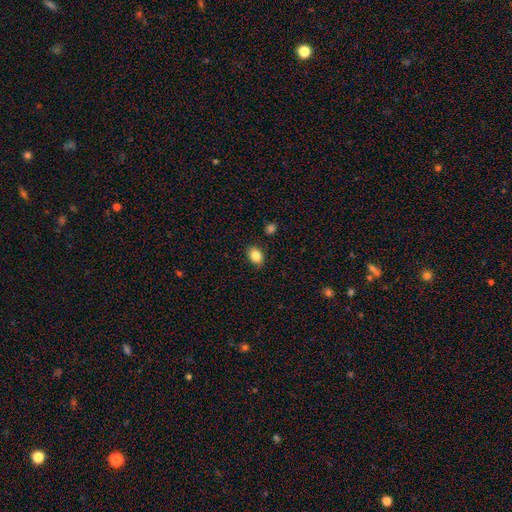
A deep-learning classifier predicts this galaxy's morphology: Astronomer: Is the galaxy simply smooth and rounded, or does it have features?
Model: smooth — 85%.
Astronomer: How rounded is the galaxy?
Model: in between — 72%.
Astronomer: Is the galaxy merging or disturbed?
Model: none — 86%.